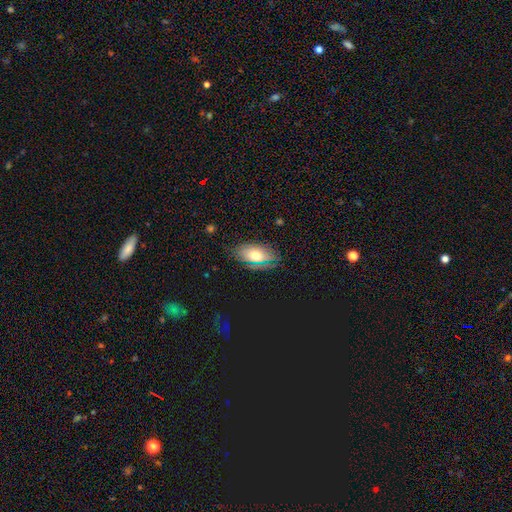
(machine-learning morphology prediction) smooth_or_featured: smooth (p=0.64) [alt: featured or disk p=0.20]
how_rounded: in between (p=0.87) [alt: round p=0.08]
merging: none (p=0.80) [alt: minor disturbance p=0.15]